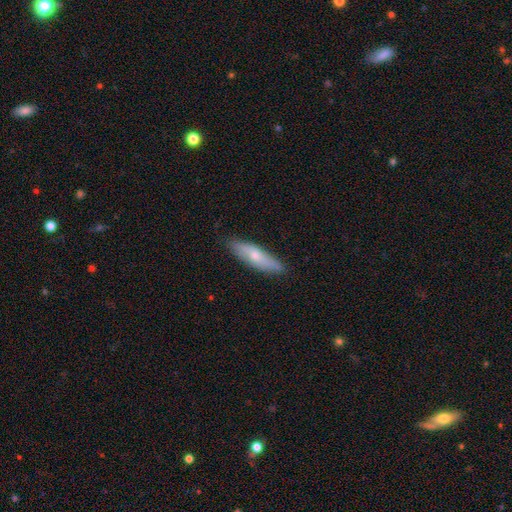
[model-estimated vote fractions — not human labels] Morphology: type=smooth (58%); roundness=cigar-shaped (68%); merging=none (83%).